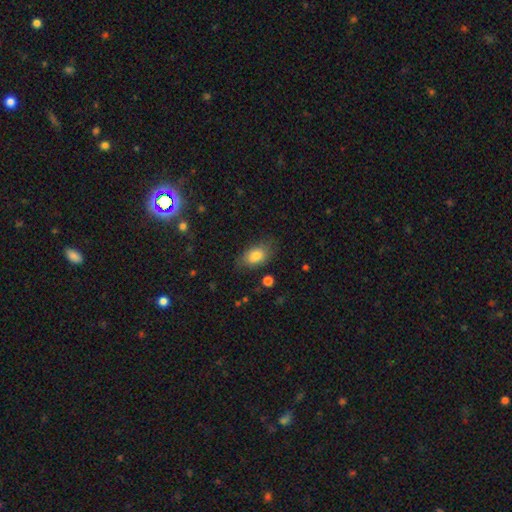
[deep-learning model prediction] A smooth galaxy with no disk features (80%) that is in between round and cigar-shaped (88%).

Vote fractions:
- Smooth or featured? smooth: 80% / featured or disk: 12% / star or artifact: 8%
- How rounded? in between: 88% / round: 10% / cigar-shaped: 2%
- Merging? none: 68% / minor disturbance: 23% / major disturbance: 7% / merger: 3%